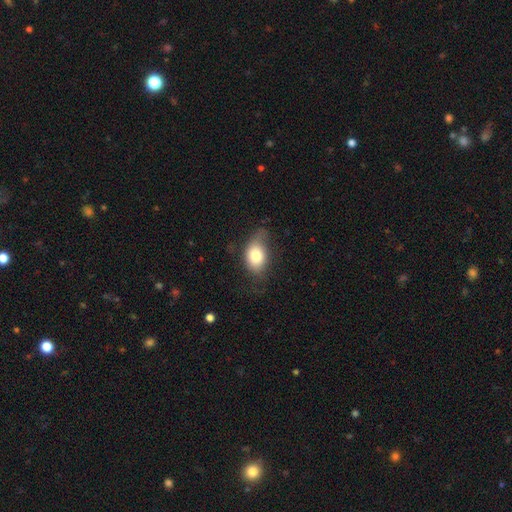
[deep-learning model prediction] Q: Smooth or featured?
A: smooth (76%); runner-up: featured or disk (15%)
Q: How rounded?
A: in between (79%); runner-up: round (19%)
Q: Merging?
A: none (45%); runner-up: minor disturbance (36%)